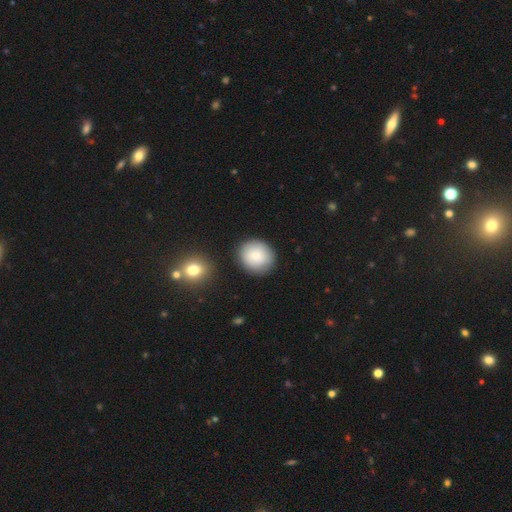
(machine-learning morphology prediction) A smooth galaxy with no disk features (84%) that is round (83%). Merging: none (86%).